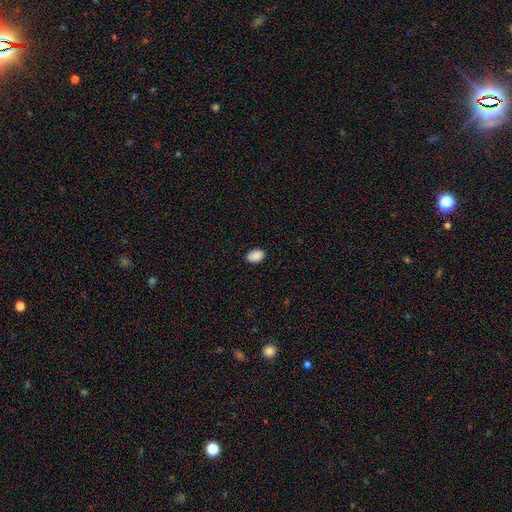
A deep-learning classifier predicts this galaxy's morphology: A smooth galaxy with no disk features (88%) that is in between round and cigar-shaped (85%). Merging: none (80%).